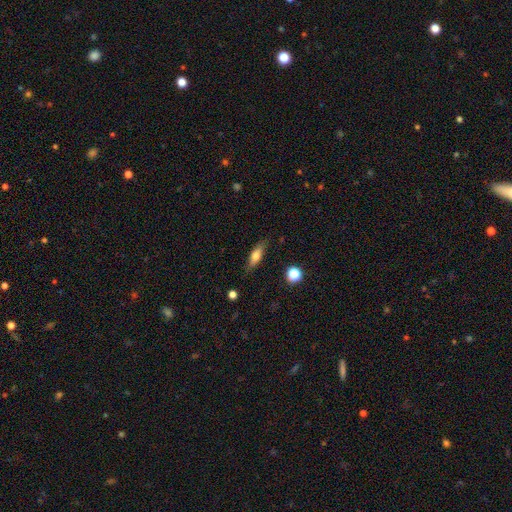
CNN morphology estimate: Overall: smooth (62%; featured or disk 30%). How rounded: in between (50%; cigar-shaped 47%). Merging: none (82%).